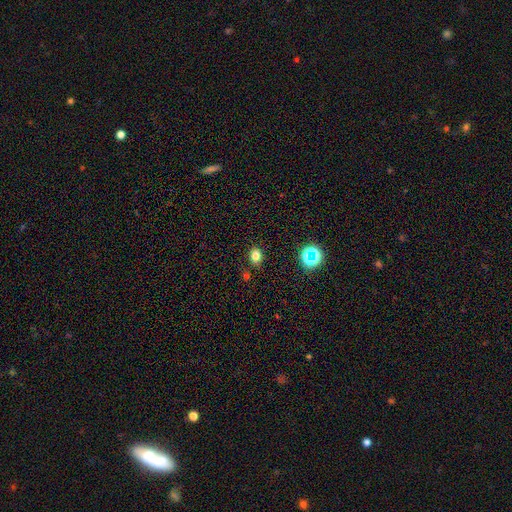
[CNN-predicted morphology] This is likely a smooth galaxy (77%). How rounded: possibly round (51%). Merging: clearly none (82%).